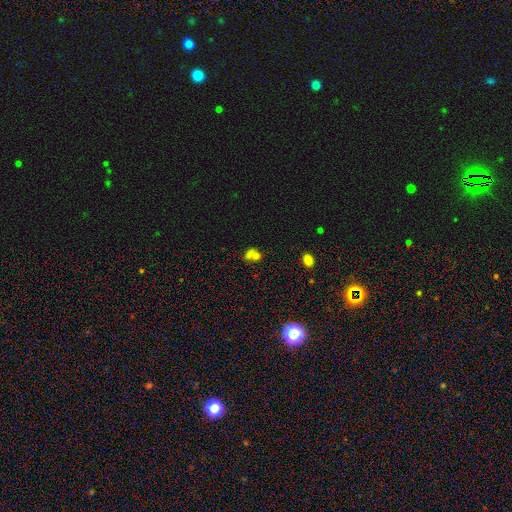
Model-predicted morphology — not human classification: Q: Smooth or featured?
A: smooth (57%); runner-up: star or artifact (24%)
Q: How rounded?
A: round (57%); runner-up: in between (40%)
Q: Merging?
A: merger (49%); runner-up: none (34%)